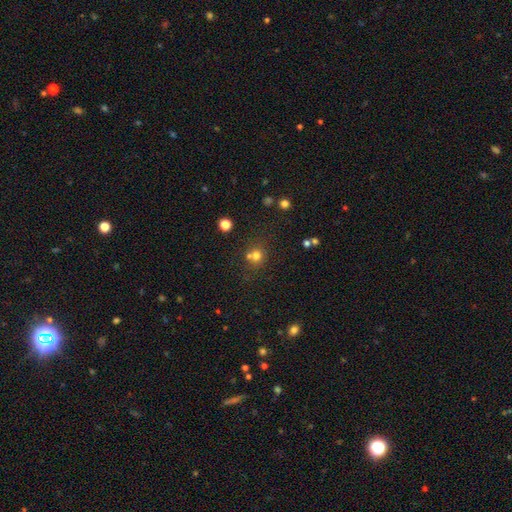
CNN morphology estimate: A smooth galaxy with no disk features (73%) that is round (85%). Merging: none (58%).